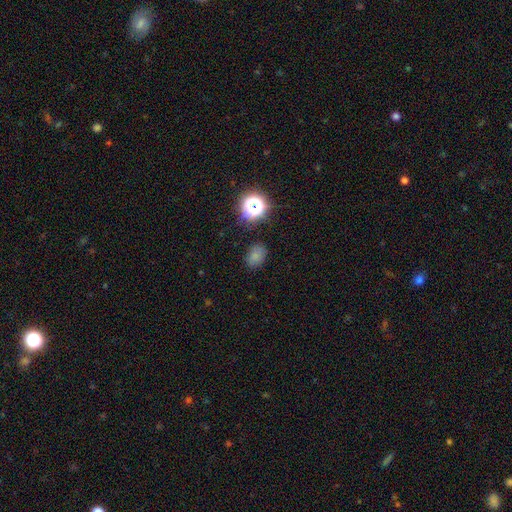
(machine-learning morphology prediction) Overall: smooth (74%). How rounded: in between (63%; round 36%). Merging: none (79%).